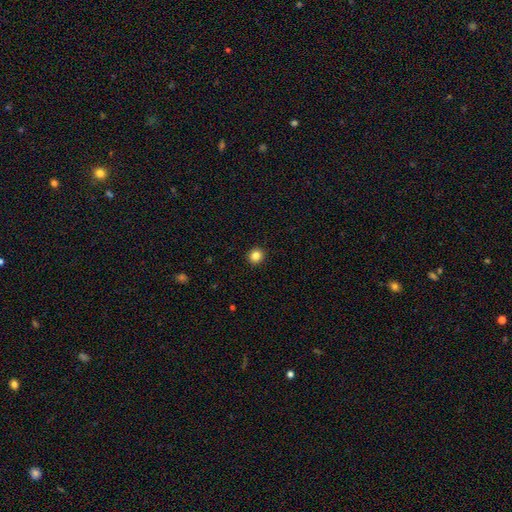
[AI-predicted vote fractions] Smooth or featured? smooth (84%)
How rounded? round (91%)
Merging? none (93%)